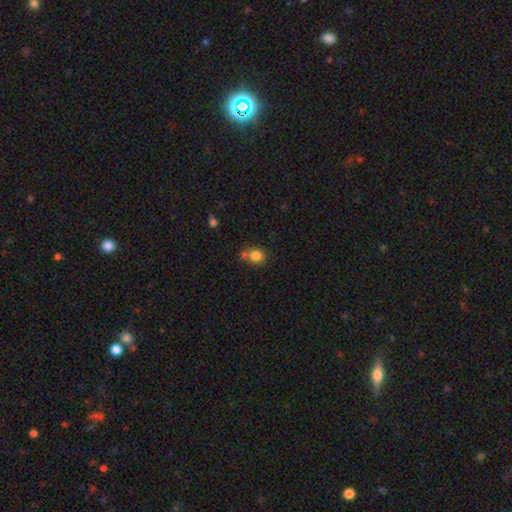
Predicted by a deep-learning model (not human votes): Smooth or featured?
  - smooth: 82% *
  - star or artifact: 11%
  - featured or disk: 7%
How rounded?
  - round: 83% *
  - in between: 17%
  - cigar-shaped: 1%
Merging?
  - none: 54% *
  - merger: 28%
  - minor disturbance: 13%
  - major disturbance: 5%